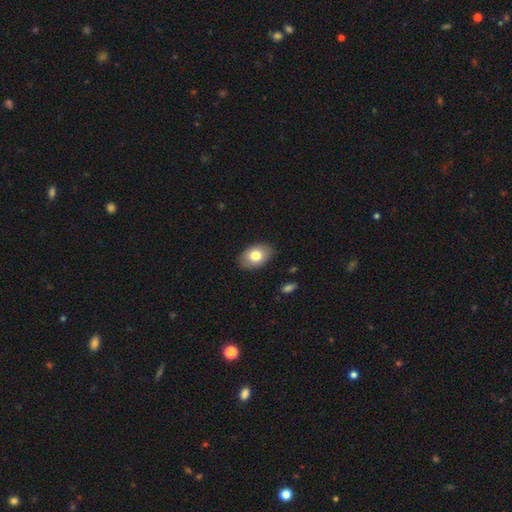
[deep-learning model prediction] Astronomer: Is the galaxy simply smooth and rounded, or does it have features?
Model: smooth — 77%.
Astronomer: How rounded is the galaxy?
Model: in between — 86%.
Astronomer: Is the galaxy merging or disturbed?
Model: none — 87%.